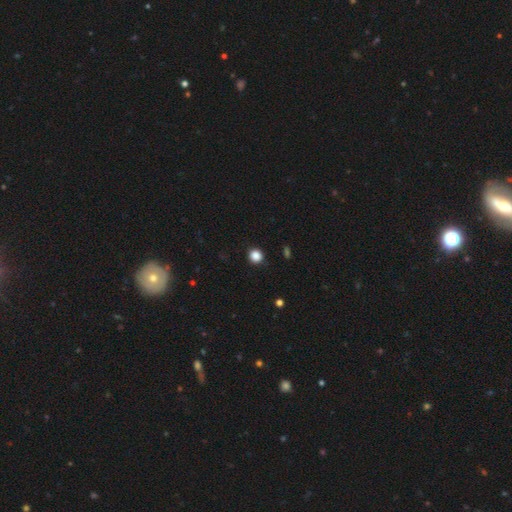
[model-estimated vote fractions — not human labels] Smooth or featured: smooth — 85% (star or artifact — 12%)
How rounded: round — 90% (in between — 9%)
Merging: none — 90% (minor disturbance — 6%)